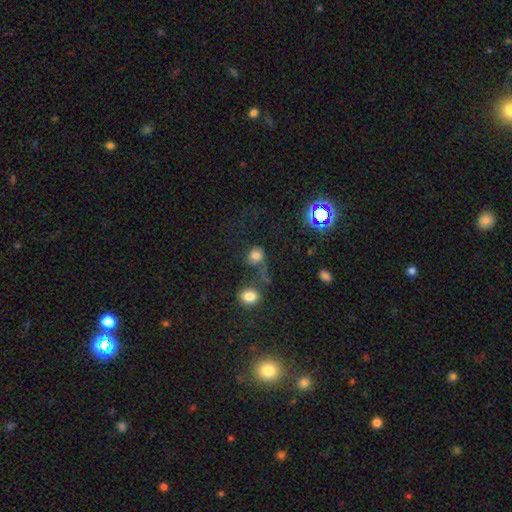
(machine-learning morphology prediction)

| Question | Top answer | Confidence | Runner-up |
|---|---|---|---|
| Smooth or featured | smooth | 74% | star or artifact (16%) |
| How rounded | round | 73% | in between (25%) |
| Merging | none | 42% | merger (24%) |